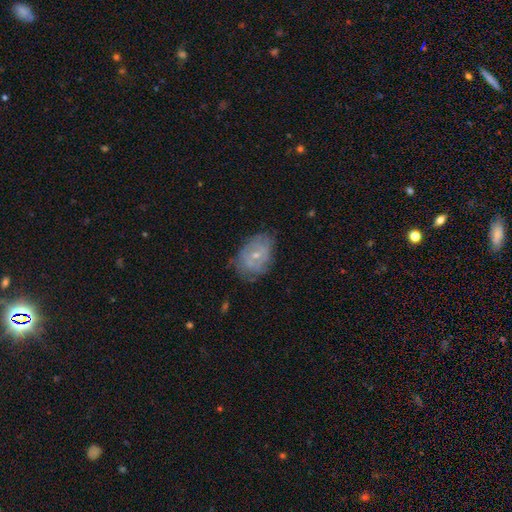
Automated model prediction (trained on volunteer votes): Q: Smooth or featured?
A: featured or disk (56%); runner-up: smooth (36%)
Q: Edge-on disk?
A: no (96%); runner-up: yes (4%)
Q: Bar?
A: no (65%); runner-up: weak (30%)
Q: Spiral arms?
A: yes (55%); runner-up: no (45%)
Q: Bulge size?
A: small (64%); runner-up: moderate (31%)
Q: Merging?
A: none (61%); runner-up: minor disturbance (26%)